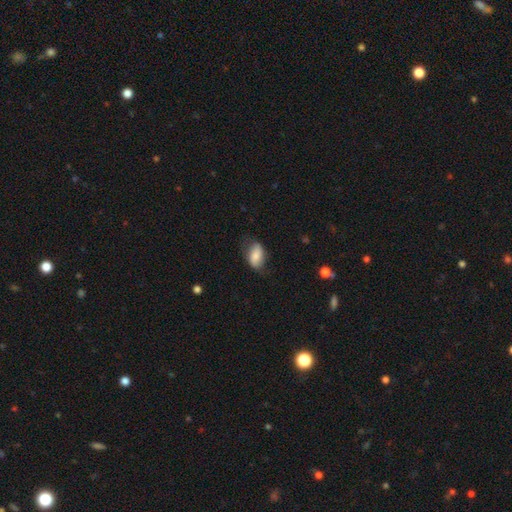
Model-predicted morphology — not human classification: smooth 77%, featured or disk 16%, star or artifact 7%. Down the decision tree: how rounded — in between (91%); merging — none (62%).